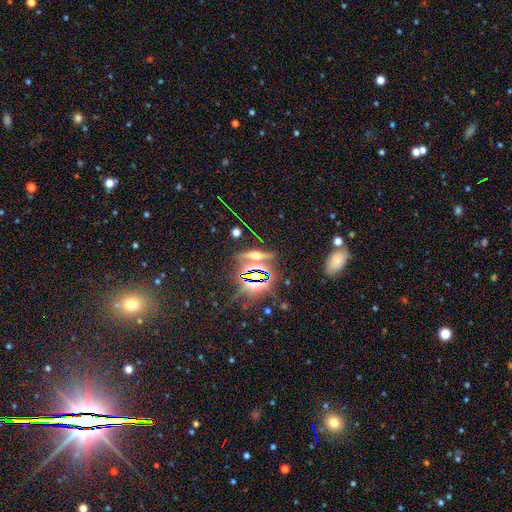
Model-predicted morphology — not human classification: This appears to be a star or artifact, not a galaxy (44%).